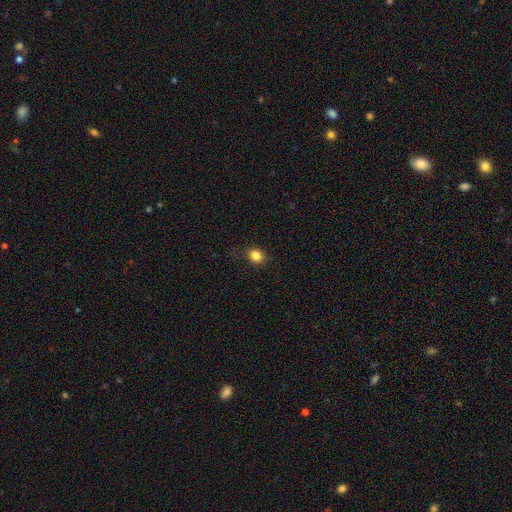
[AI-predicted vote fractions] This appears to be a smooth galaxy with no disk features (84%) that is round (62%). Merging: none (83%).